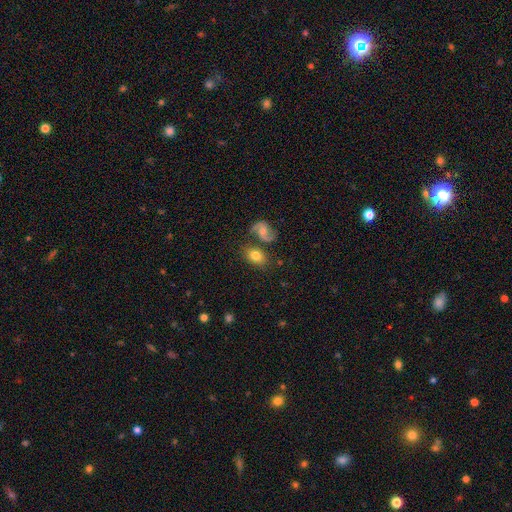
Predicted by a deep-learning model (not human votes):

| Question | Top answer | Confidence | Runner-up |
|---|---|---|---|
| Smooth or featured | smooth | 71% | featured or disk (21%) |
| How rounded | in between | 79% | round (19%) |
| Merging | none | 60% | merger (20%) |